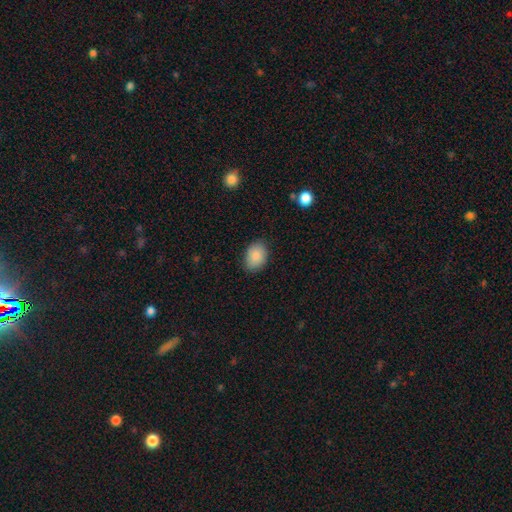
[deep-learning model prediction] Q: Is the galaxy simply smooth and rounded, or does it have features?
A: smooth — 87%.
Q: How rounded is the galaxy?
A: in between — 76%.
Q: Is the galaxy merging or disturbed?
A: none — 84%.